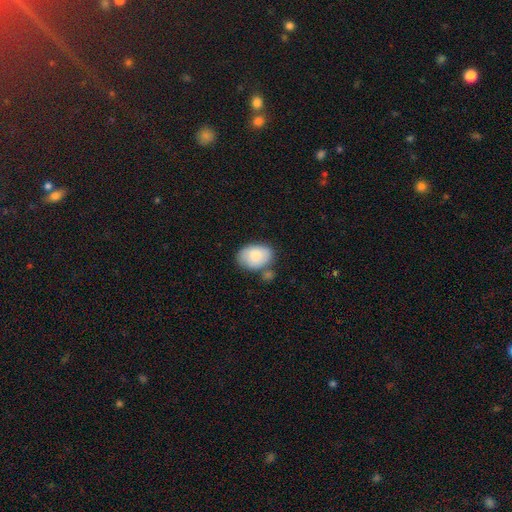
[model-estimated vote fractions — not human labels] The model was most divided on "merging": none: 61%, minor disturbance: 20%, merger: 13%, major disturbance: 5%. More confident: smooth or featured — smooth (80%); how rounded — in between (78%).